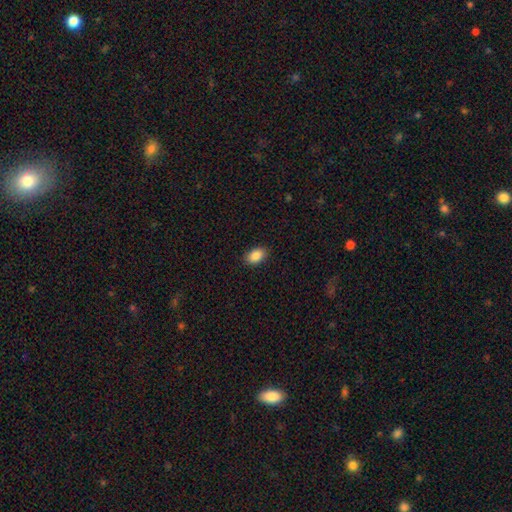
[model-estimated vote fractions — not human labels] Overall: smooth (88%). How rounded: in between (87%). Merging: none (89%).